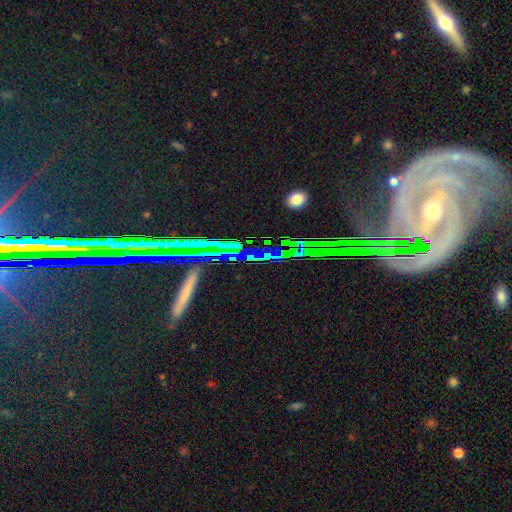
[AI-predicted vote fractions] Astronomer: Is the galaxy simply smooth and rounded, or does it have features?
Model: featured or disk — 65%.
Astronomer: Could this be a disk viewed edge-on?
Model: no — 75%.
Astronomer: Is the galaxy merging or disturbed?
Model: none — 69%.